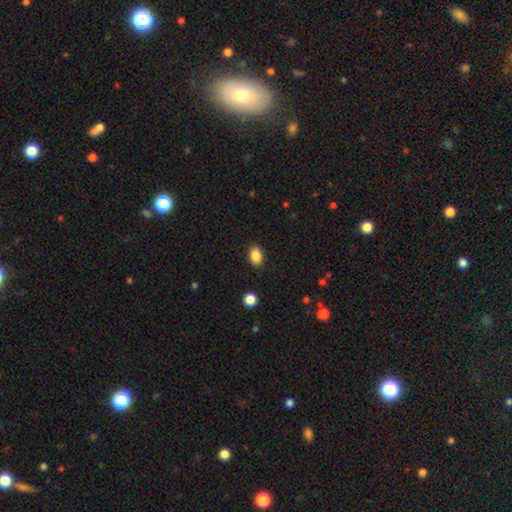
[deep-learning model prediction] smooth 88%, star or artifact 9%, featured or disk 4%. Down the decision tree: how rounded — in between (86%); merging — none (87%).